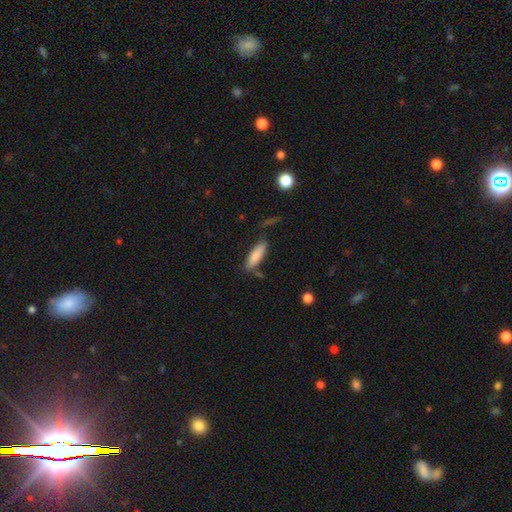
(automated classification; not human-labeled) smooth 83%, featured or disk 11%, star or artifact 6%. Down the decision tree: how rounded — cigar-shaped (50%); merging — none (73%).